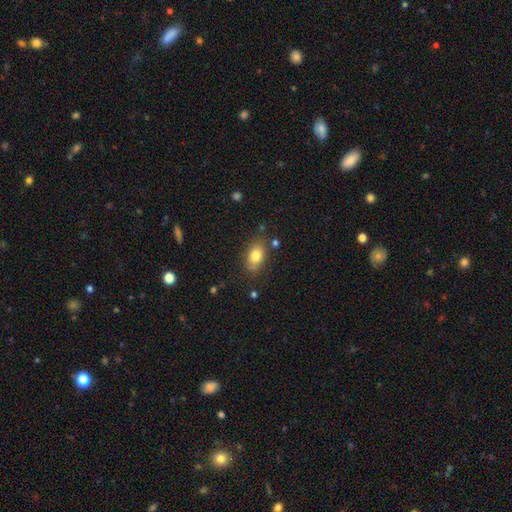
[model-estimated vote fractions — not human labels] Overall: smooth (79%). How rounded: in between (85%). Merging: none (76%).